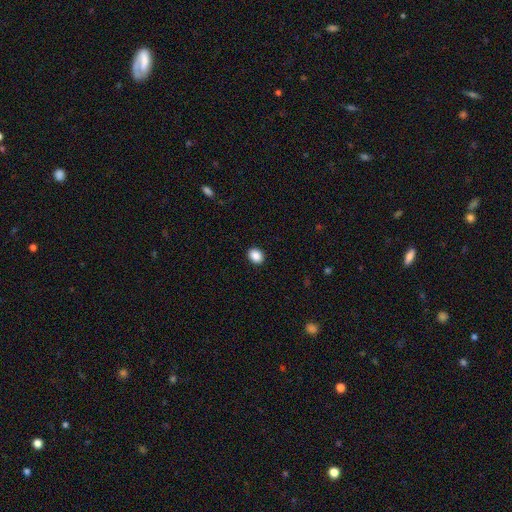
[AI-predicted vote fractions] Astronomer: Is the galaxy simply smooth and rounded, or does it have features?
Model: smooth — 89%.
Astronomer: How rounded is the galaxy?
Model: in between — 56% (runner-up: round, 43%).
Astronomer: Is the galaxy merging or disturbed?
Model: none — 92%.